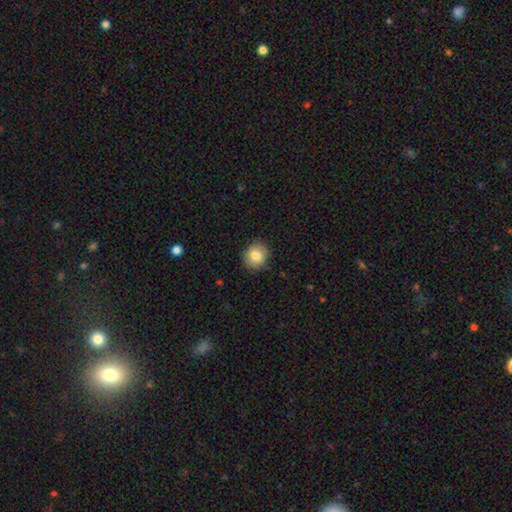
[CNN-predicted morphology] Smooth or featured: smooth — 82% (featured or disk — 9%)
How rounded: round — 82% (in between — 17%)
Merging: none — 86% (minor disturbance — 11%)